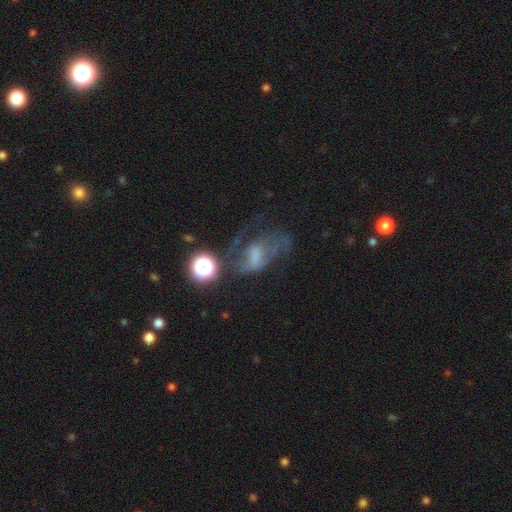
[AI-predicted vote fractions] smooth-or-featured: featured or disk: 55% | smooth: 27% | star or artifact: 17%
  disk-edge-on: no: 95% | yes: 5%
    bar: no: 51% | weak: 37% | strong: 12%
    has-spiral-arms: yes: 62% | no: 38%
    bulge-size: none: 32% | moderate: 30% | small: 22% | large: 13% | dominant: 3%
  merging: major disturbance: 43% | none: 30% | minor disturbance: 19% | merger: 7%